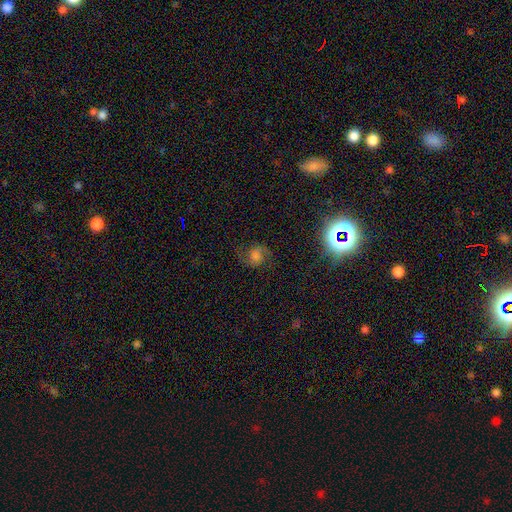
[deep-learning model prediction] This appears to be a featured or disk galaxy (64%) with no bar (66%), 2 (92%) medium (47%) spiral arms (94%) and a moderate central bulge (29%). Merging: none (73%).